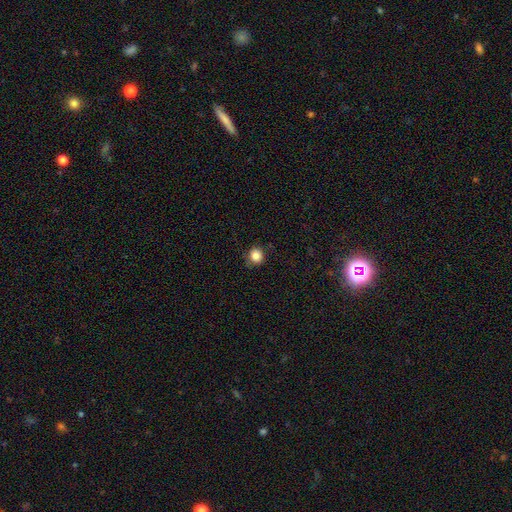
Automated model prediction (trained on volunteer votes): smooth 84%, star or artifact 11%, featured or disk 5%. Down the decision tree: how rounded — round (88%); merging — none (81%).